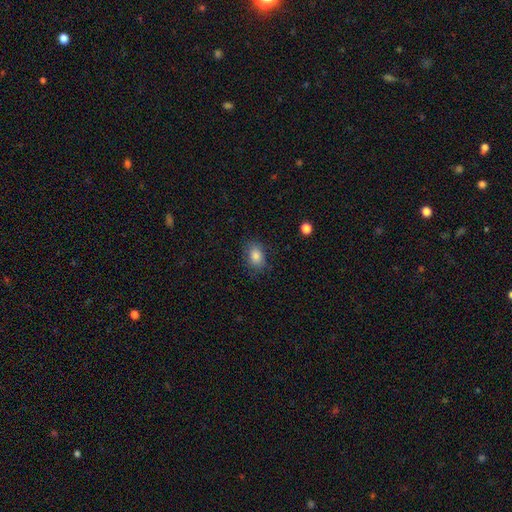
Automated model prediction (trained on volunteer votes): The model was most divided on "how rounded": in between: 76%, round: 22%, cigar-shaped: 1%. More confident: smooth or featured — smooth (84%); merging — none (79%).